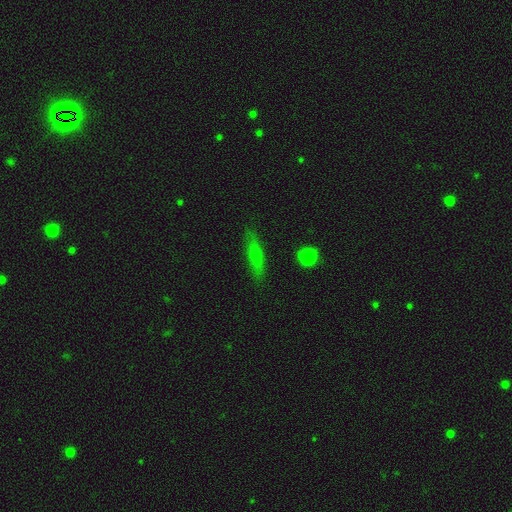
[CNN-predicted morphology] type=smooth (57%); roundness=cigar-shaped (75%); merging=none (84%).